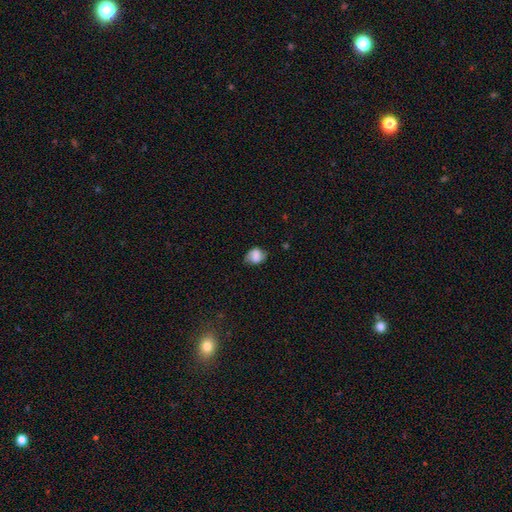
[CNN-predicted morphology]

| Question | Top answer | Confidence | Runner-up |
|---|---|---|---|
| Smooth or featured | smooth | 63% | featured or disk (28%) |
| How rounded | in between | 57% | round (42%) |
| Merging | none | 62% | minor disturbance (28%) |